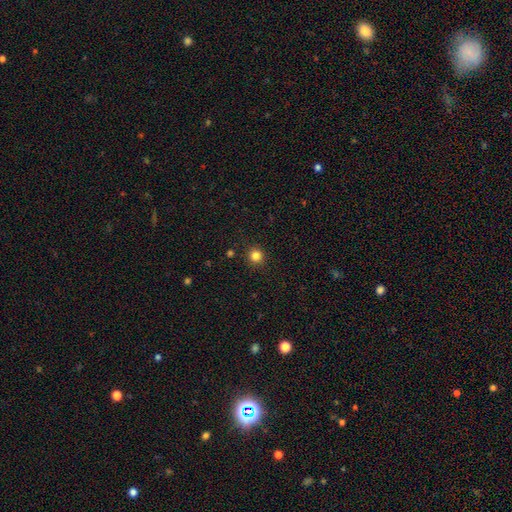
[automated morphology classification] smooth_or_featured: smooth (p=0.82) [alt: star or artifact p=0.13]
how_rounded: round (p=0.93) [alt: in between p=0.06]
merging: none (p=0.91) [alt: minor disturbance p=0.06]